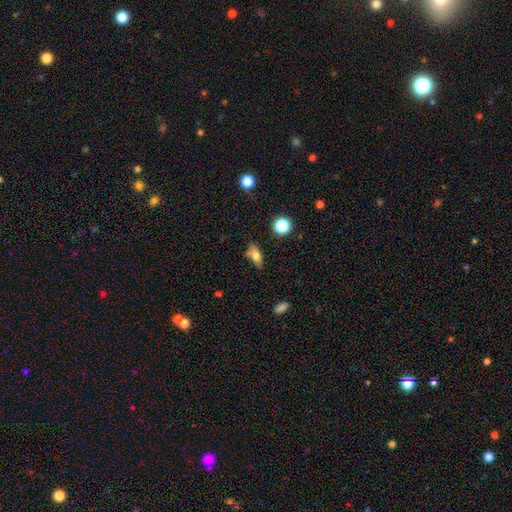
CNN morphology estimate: A smooth galaxy with no disk features (67%) that is in between round and cigar-shaped (75%). Merging: none (66%).